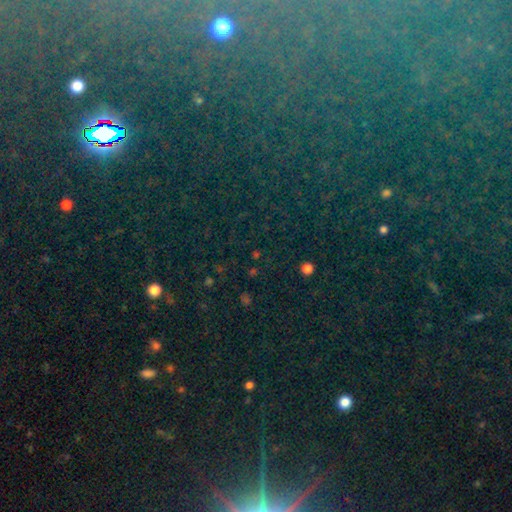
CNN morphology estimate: A star or artifact, not a galaxy (80%).

Vote fractions:
- Smooth or featured? star or artifact: 80% / smooth: 12% / featured or disk: 8%